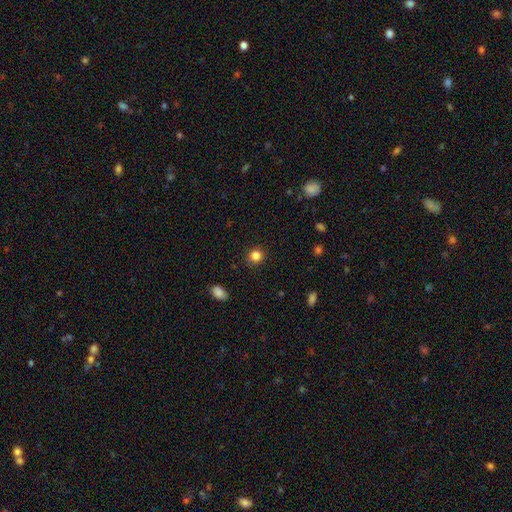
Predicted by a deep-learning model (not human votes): Overall: smooth (84%). How rounded: round (88%). Merging: none (89%).